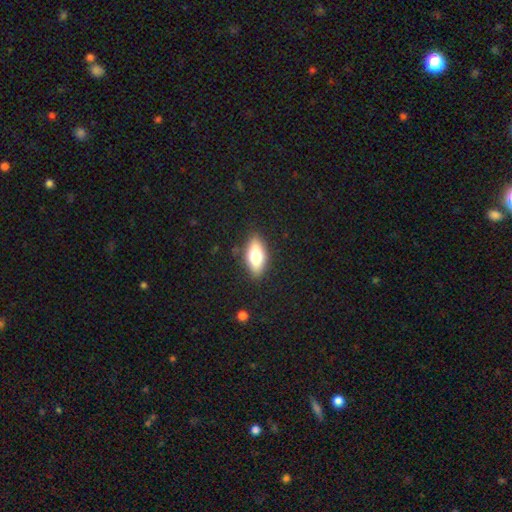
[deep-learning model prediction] A smooth galaxy with no disk features (73%) that is in between round and cigar-shaped (83%).

Vote fractions:
- Smooth or featured? smooth: 73% / featured or disk: 20% / star or artifact: 7%
- How rounded? in between: 83% / cigar-shaped: 14% / round: 3%
- Merging? none: 86% / minor disturbance: 10% / major disturbance: 2% / merger: 1%